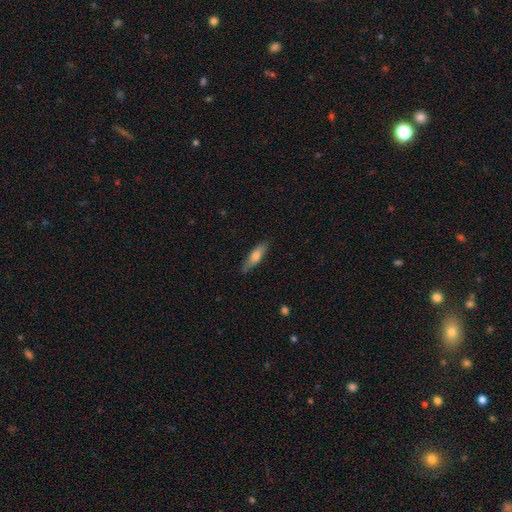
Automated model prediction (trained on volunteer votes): This appears to be a smooth galaxy with no disk features (66%) that is cigar-shaped (61%). Merging: none (82%).